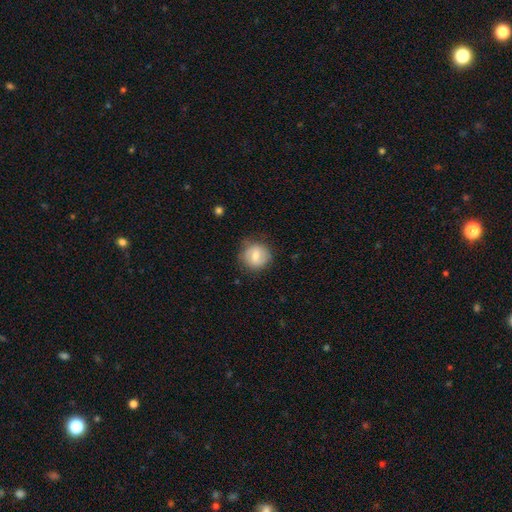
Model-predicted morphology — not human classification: This is likely a smooth galaxy (69%). How rounded: clearly round (87%). Merging: likely none (77%).